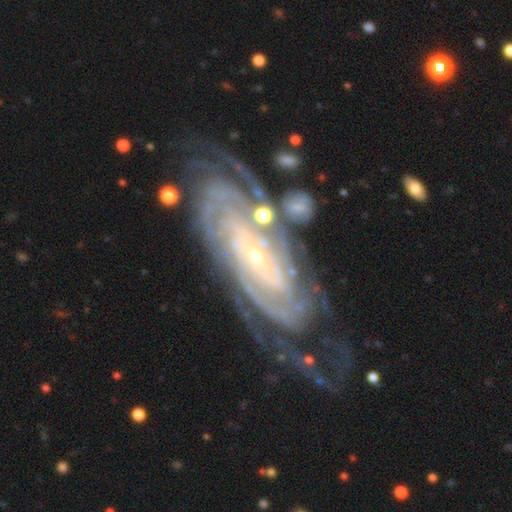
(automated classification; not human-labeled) smooth_or_featured: featured or disk (p=0.91) [alt: star or artifact p=0.05]
disk_edge_on: no (p=0.94) [alt: yes p=0.06]
bar: no (p=0.65) [alt: weak p=0.22]
has_spiral_arms: yes (p=0.98) [alt: no p=0.02]
spiral_winding: tight (p=0.84) [alt: medium p=0.14]
spiral_arm_count: can't tell (p=0.24) [alt: 4 p=0.22]
bulge_size: small (p=0.87) [alt: moderate p=0.09]
merging: none (p=0.67) [alt: minor disturbance p=0.19]